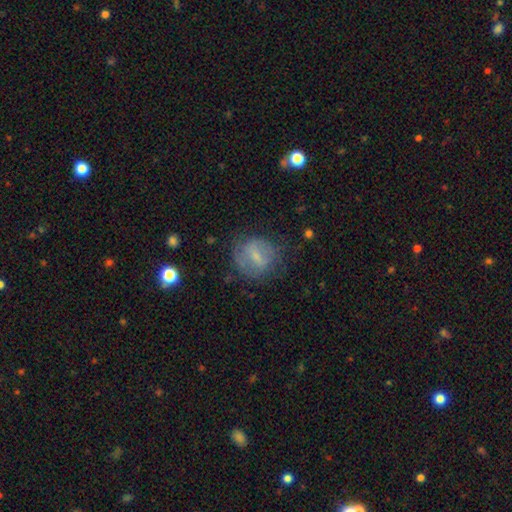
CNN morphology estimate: Overall: smooth (48%; featured or disk 43%). Merging: none (64%).